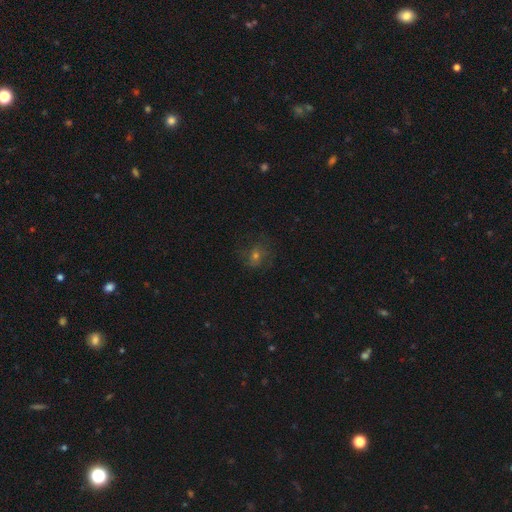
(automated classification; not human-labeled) Overall: smooth (39%; featured or disk 32%). Merging: none (71%).